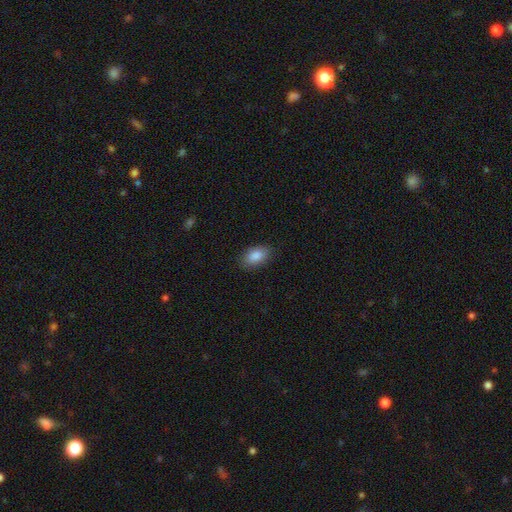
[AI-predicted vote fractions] Smooth or featured?
  - smooth: 87% *
  - star or artifact: 7%
  - featured or disk: 6%
How rounded?
  - in between: 92% *
  - round: 5%
  - cigar-shaped: 2%
Merging?
  - none: 86% *
  - minor disturbance: 10%
  - major disturbance: 3%
  - merger: 1%